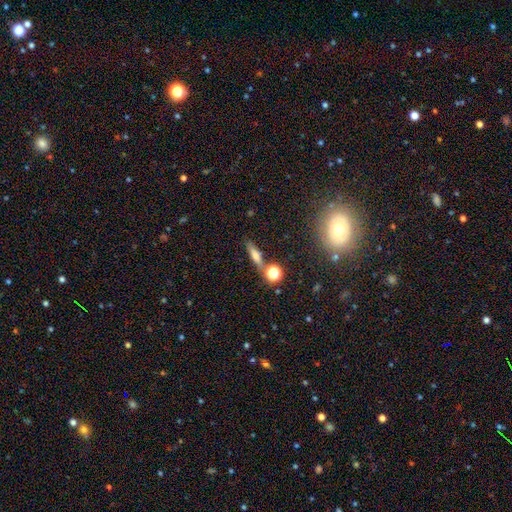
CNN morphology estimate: smooth-or-featured: smooth: 58% | featured or disk: 25% | star or artifact: 17%
  how-rounded: cigar-shaped: 60% | in between: 28% | round: 12%
  merging: none: 70% | merger: 14% | minor disturbance: 11% | major disturbance: 5%